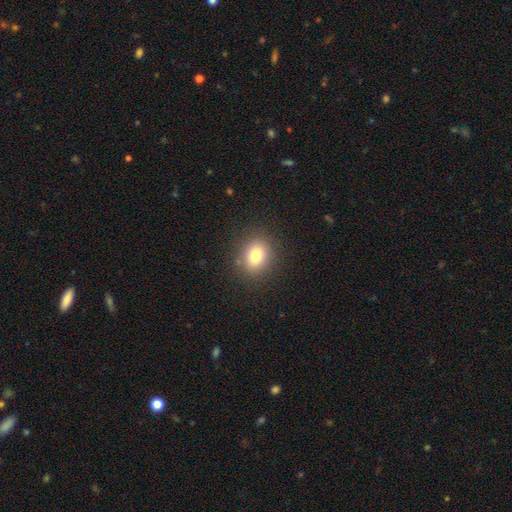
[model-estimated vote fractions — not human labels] smooth-or-featured: smooth: 78% | star or artifact: 12% | featured or disk: 10%
  how-rounded: round: 55% | in between: 44% | cigar-shaped: 1%
  merging: none: 87% | minor disturbance: 8% | major disturbance: 3% | merger: 1%